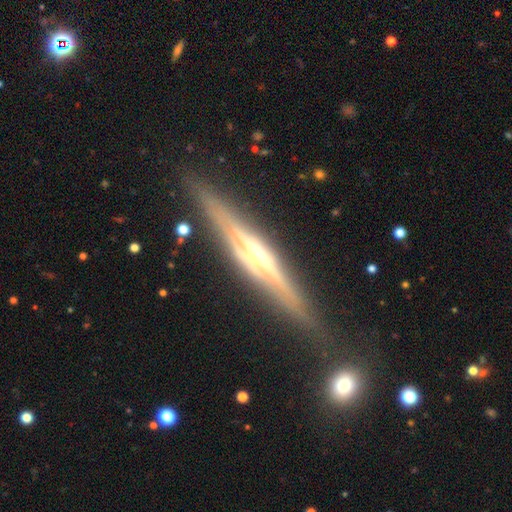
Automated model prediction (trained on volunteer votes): Smooth or featured? featured or disk (87%)
Edge-on disk? yes (97%)
Edge-on bulge? rounded (77%)
Merging? none (88%)